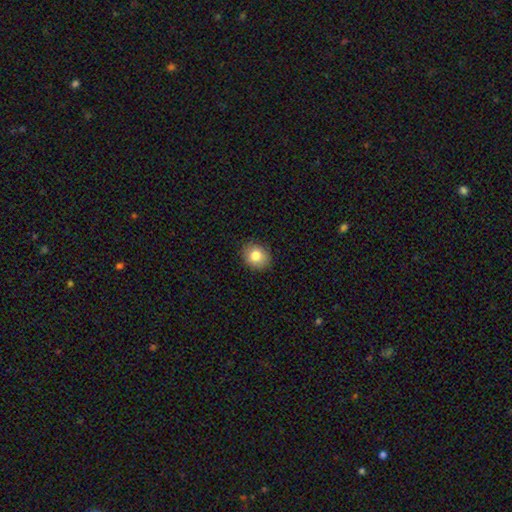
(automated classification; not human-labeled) smooth 82%, star or artifact 10%, featured or disk 9%. Down the decision tree: how rounded — round (70%); merging — none (89%).